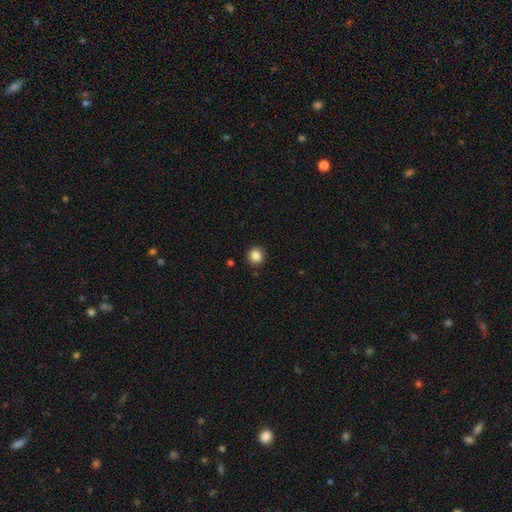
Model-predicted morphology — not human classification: The model was most divided on "smooth or featured": smooth: 85%, star or artifact: 11%, featured or disk: 4%. More confident: how rounded — round (91%); merging — none (91%).